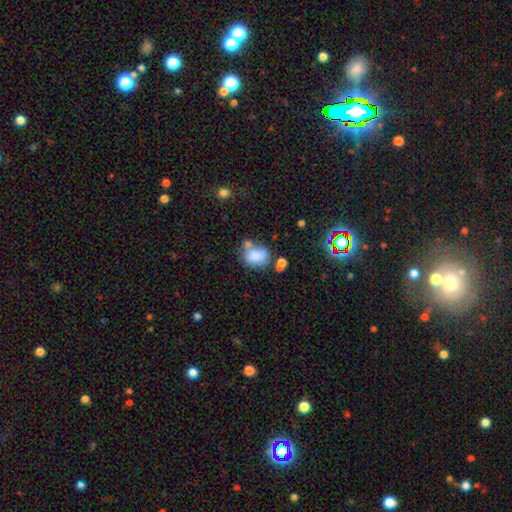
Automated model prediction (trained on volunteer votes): Smooth or featured?
  - smooth: 78% *
  - featured or disk: 12%
  - star or artifact: 10%
How rounded?
  - in between: 65% *
  - round: 34%
  - cigar-shaped: 1%
Merging?
  - none: 39% *
  - merger: 29%
  - minor disturbance: 20%
  - major disturbance: 11%